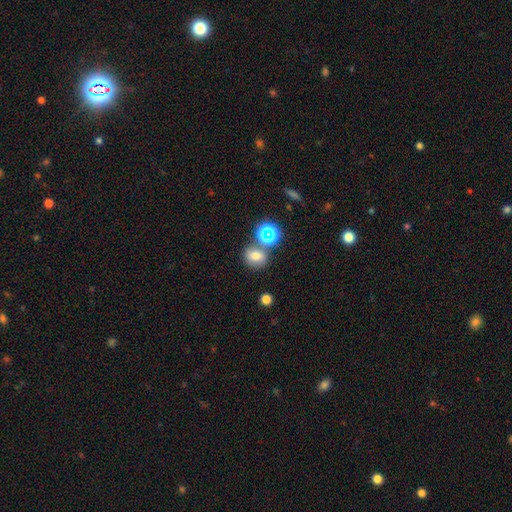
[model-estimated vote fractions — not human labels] A smooth galaxy with no disk features (62%) that is round (60%).

Vote fractions:
- Smooth or featured? smooth: 62% / star or artifact: 23% / featured or disk: 15%
- How rounded? round: 60% / in between: 38% / cigar-shaped: 1%
- Merging? none: 62% / merger: 20% / minor disturbance: 13% / major disturbance: 5%